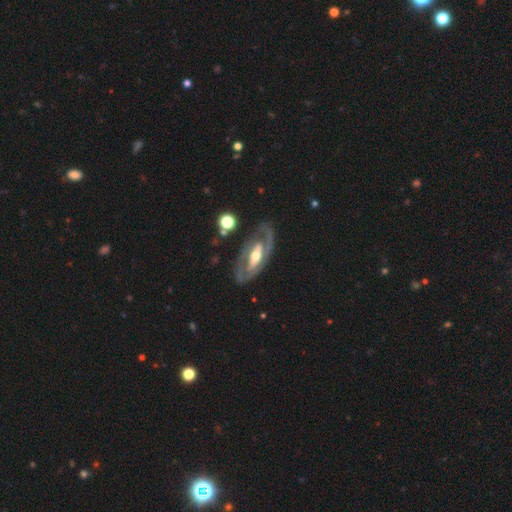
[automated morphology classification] smooth_or_featured: featured or disk (p=0.82) [alt: smooth p=0.14]
disk_edge_on: no (p=0.91) [alt: yes p=0.09]
bar: no (p=0.41) [alt: weak p=0.30]
has_spiral_arms: yes (p=0.72) [alt: no p=0.28]
spiral_winding: tight (p=0.44) [alt: medium p=0.40]
spiral_arm_count: 2 (p=0.69) [alt: can't tell p=0.15]
bulge_size: moderate (p=0.68) [alt: small p=0.17]
merging: none (p=0.74) [alt: minor disturbance p=0.15]